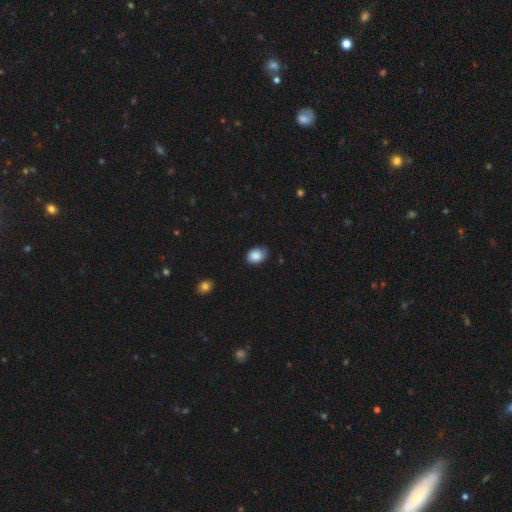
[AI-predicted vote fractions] smooth-or-featured: smooth: 87% | star or artifact: 8% | featured or disk: 6%
  how-rounded: in between: 70% | round: 29% | cigar-shaped: 1%
  merging: none: 69% | minor disturbance: 26% | major disturbance: 4% | merger: 1%